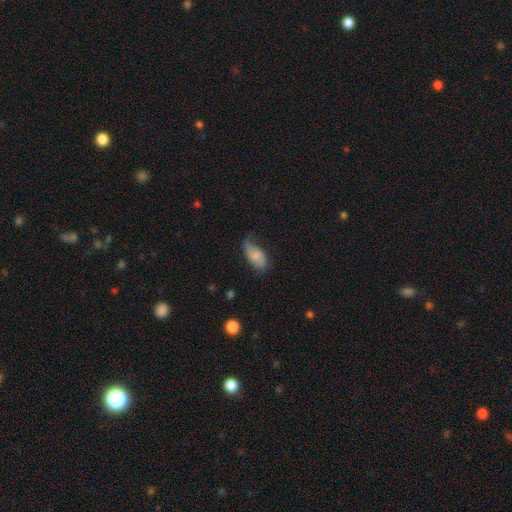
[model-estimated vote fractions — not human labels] smooth-or-featured: smooth: 75% | featured or disk: 18% | star or artifact: 7%
  how-rounded: in between: 93% | cigar-shaped: 4% | round: 3%
  merging: none: 49% | minor disturbance: 38% | major disturbance: 11% | merger: 2%